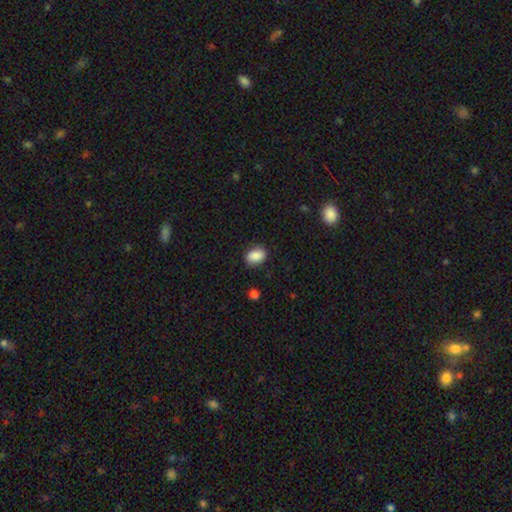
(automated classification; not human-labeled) This is clearly a smooth galaxy (89%). How rounded: likely in between (79%). Merging: clearly none (86%).